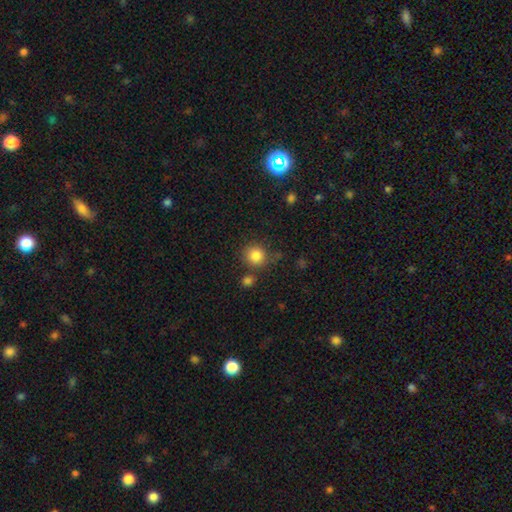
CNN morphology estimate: Smooth or featured? smooth (84%)
How rounded? round (88%)
Merging? none (73%)